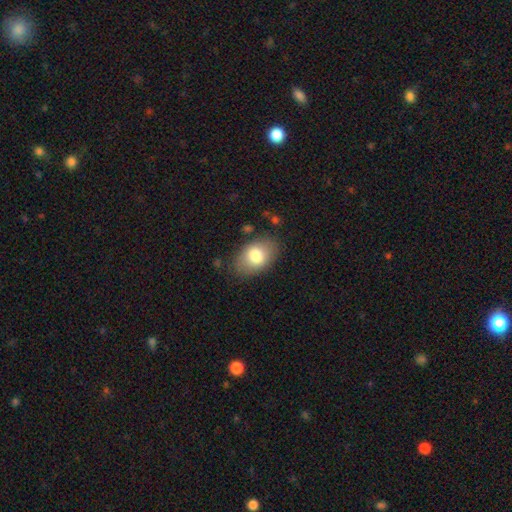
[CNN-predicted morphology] type=smooth (78%); roundness=in between (87%); merging=none (79%).